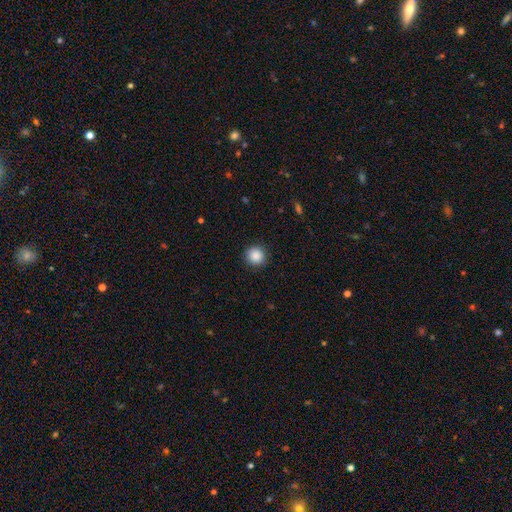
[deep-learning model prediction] smooth 88%, star or artifact 9%, featured or disk 3%. Down the decision tree: how rounded — round (94%); merging — none (91%).